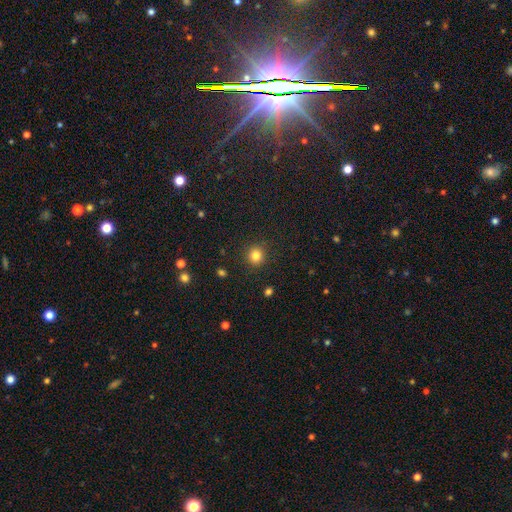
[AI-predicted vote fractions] smooth-or-featured: smooth: 82% | star or artifact: 13% | featured or disk: 5%
  how-rounded: round: 92% | in between: 7% | cigar-shaped: 1%
  merging: none: 90% | minor disturbance: 6% | major disturbance: 2% | merger: 1%